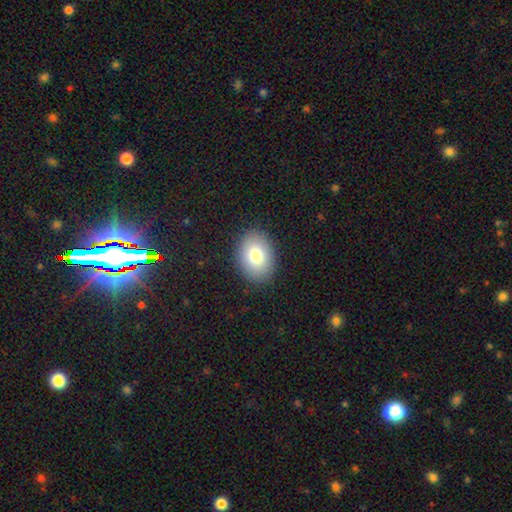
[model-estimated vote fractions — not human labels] Smooth or featured?
  - smooth: 79% *
  - featured or disk: 11%
  - star or artifact: 9%
How rounded?
  - in between: 64% *
  - round: 35%
  - cigar-shaped: 1%
Merging?
  - none: 89% *
  - minor disturbance: 8%
  - major disturbance: 3%
  - merger: 1%